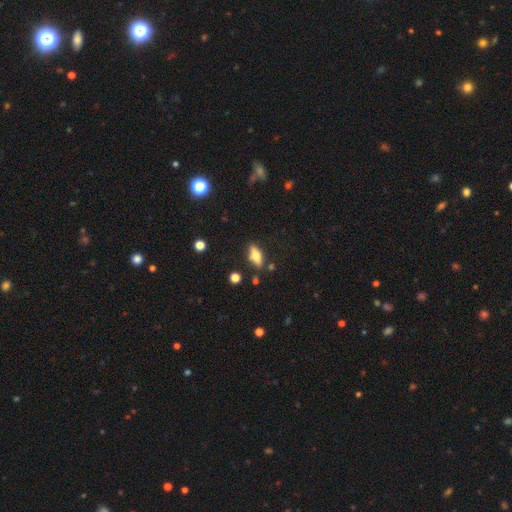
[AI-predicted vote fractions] Smooth or featured?
  - smooth: 60% *
  - featured or disk: 31%
  - star or artifact: 8%
How rounded?
  - in between: 67% *
  - cigar-shaped: 29%
  - round: 4%
Merging?
  - none: 80% *
  - minor disturbance: 13%
  - merger: 4%
  - major disturbance: 3%